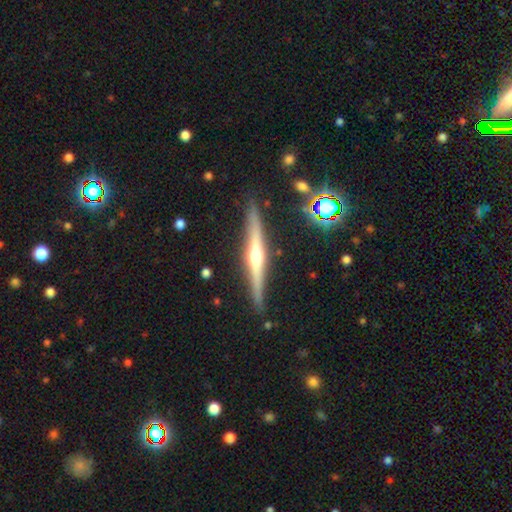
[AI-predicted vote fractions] Smooth or featured: featured or disk — 77% (smooth — 17%)
Edge-on disk: yes — 98% (no — 2%)
Edge-on bulge: rounded — 90% (none — 6%)
Merging: none — 89% (minor disturbance — 8%)